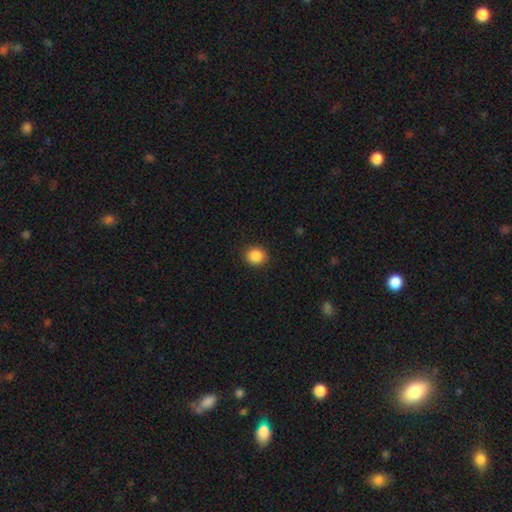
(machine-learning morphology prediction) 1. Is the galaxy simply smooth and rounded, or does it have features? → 88% smooth, 9% star or artifact, 3% featured or disk.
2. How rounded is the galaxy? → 83% round, 16% in between, 1% cigar-shaped.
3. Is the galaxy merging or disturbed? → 91% none, 6% minor disturbance, 2% major disturbance, 1% merger.